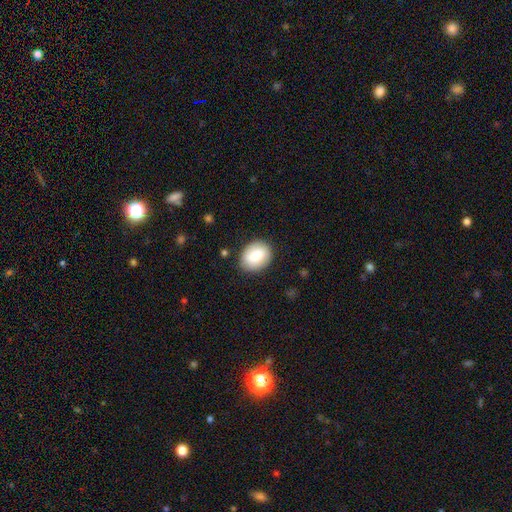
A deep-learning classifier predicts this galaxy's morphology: Smooth or featured?
  - smooth: 81% *
  - featured or disk: 13%
  - star or artifact: 7%
How rounded?
  - in between: 54% *
  - round: 45%
  - cigar-shaped: 1%
Merging?
  - none: 85% *
  - minor disturbance: 11%
  - major disturbance: 3%
  - merger: 1%